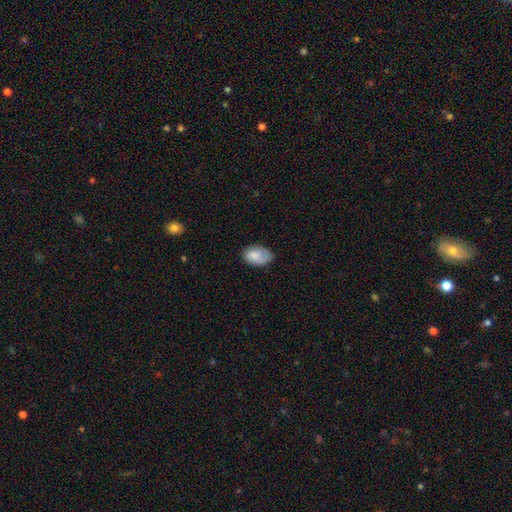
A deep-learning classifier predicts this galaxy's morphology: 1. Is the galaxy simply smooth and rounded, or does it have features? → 80% smooth, 13% featured or disk, 7% star or artifact.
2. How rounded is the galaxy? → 87% in between, 12% round, 1% cigar-shaped.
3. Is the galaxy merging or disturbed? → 61% none, 29% minor disturbance, 8% major disturbance, 1% merger.